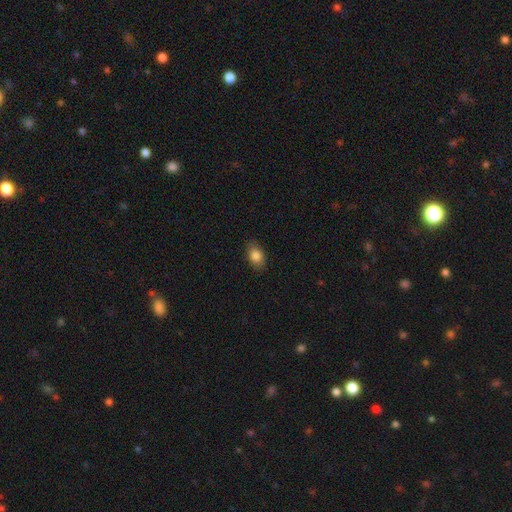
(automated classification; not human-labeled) smooth-or-featured: smooth: 84% | star or artifact: 8% | featured or disk: 8%
  how-rounded: in between: 84% | round: 14% | cigar-shaped: 2%
  merging: none: 85% | minor disturbance: 11% | major disturbance: 3% | merger: 1%